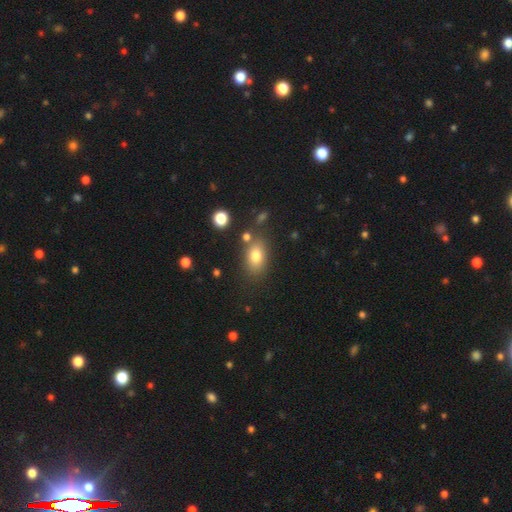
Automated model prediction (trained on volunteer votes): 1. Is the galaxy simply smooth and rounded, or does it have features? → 79% smooth, 11% featured or disk, 10% star or artifact.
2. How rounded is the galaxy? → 82% in between, 16% round, 2% cigar-shaped.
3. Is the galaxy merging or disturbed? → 73% none, 14% minor disturbance, 8% merger, 5% major disturbance.